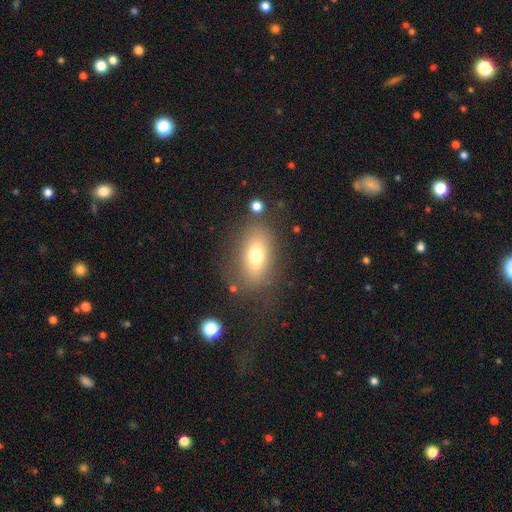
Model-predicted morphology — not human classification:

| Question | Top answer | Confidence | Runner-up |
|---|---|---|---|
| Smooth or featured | smooth | 71% | featured or disk (19%) |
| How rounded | in between | 82% | round (12%) |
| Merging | none | 75% | minor disturbance (14%) |